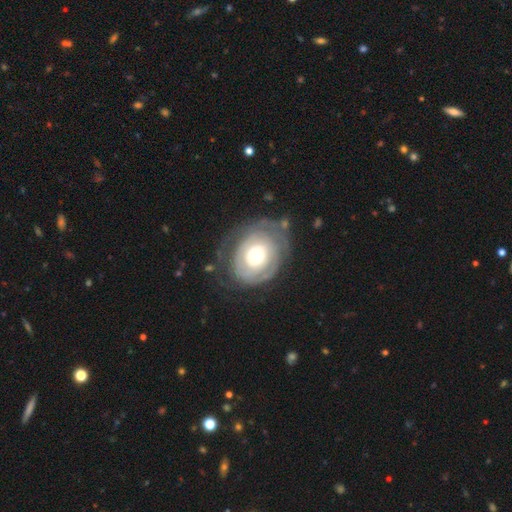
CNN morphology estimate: Smooth or featured? Predicted: featured or disk (p=0.71). Edge-on disk? Predicted: no (p=0.96). Bar? Predicted: no (p=0.84). Spiral arms? Predicted: yes (p=0.71). Bulge size? Predicted: moderate (p=0.58). Merging? Predicted: none (p=0.62).